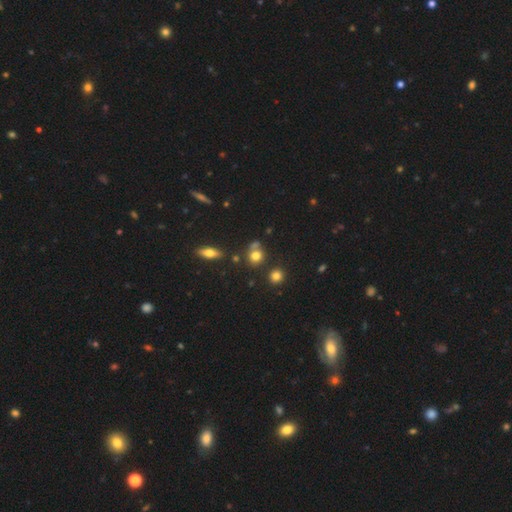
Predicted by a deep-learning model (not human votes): Smooth or featured?
  - smooth: 74% *
  - star or artifact: 15%
  - featured or disk: 11%
How rounded?
  - round: 83% *
  - in between: 16%
  - cigar-shaped: 2%
Merging?
  - none: 64% *
  - merger: 21%
  - minor disturbance: 11%
  - major disturbance: 4%